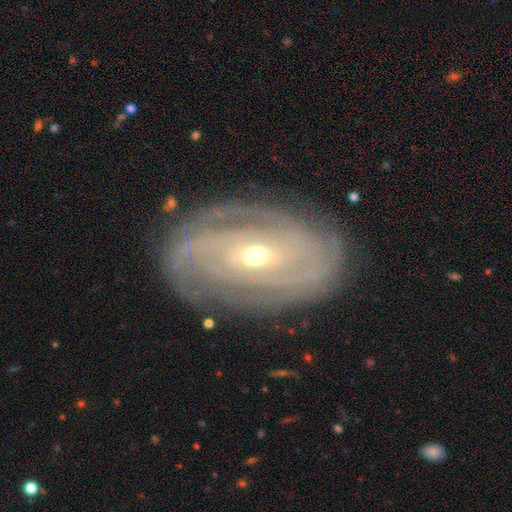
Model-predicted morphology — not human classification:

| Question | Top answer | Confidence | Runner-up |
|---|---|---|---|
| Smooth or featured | featured or disk | 87% | smooth (8%) |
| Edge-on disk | no | 94% | yes (6%) |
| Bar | no | 49% | weak (33%) |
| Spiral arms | yes | 92% | no (8%) |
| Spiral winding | tight | 76% | medium (18%) |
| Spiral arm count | can't tell | 33% | tied: 2 (33%) |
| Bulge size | small | 51% | moderate (45%) |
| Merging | none | 78% | minor disturbance (15%) |